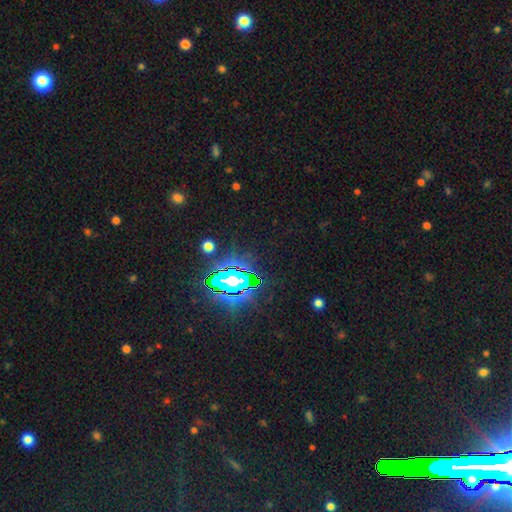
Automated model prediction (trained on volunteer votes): A star or artifact, not a galaxy (83%).